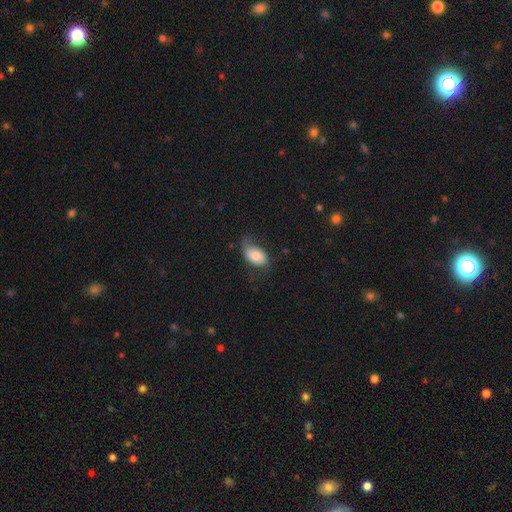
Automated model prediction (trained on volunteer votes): The model was most divided on "merging": none: 51%, minor disturbance: 33%, major disturbance: 15%, merger: 2%. More confident: how rounded — in between (92%); smooth or featured — smooth (71%).